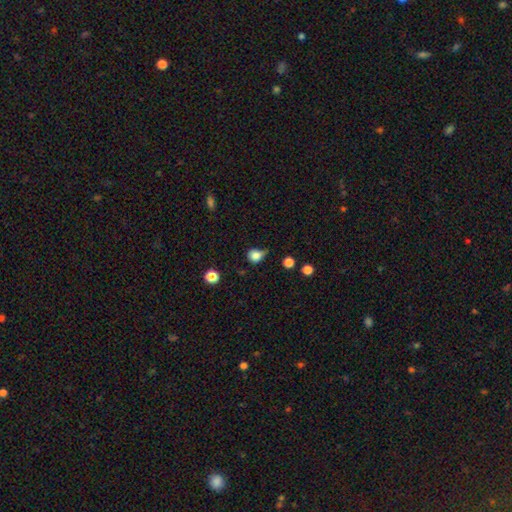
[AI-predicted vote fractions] The model was most divided on "merging": none: 46%, minor disturbance: 37%, major disturbance: 11%, merger: 6%. More confident: smooth or featured — smooth (82%); how rounded — round (77%).